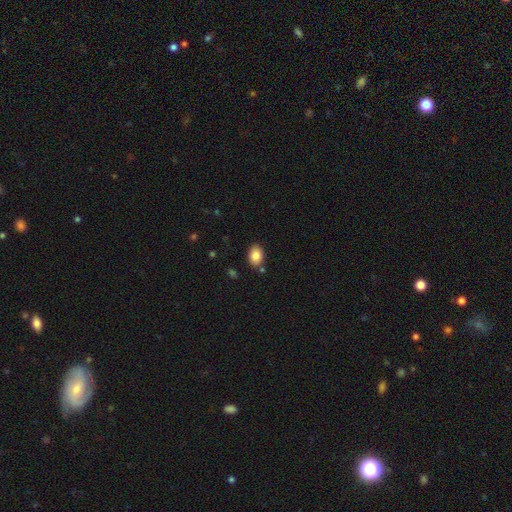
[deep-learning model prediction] The model was most divided on "how rounded": in between: 78%, round: 21%, cigar-shaped: 1%. More confident: smooth or featured — smooth (85%); merging — none (81%).